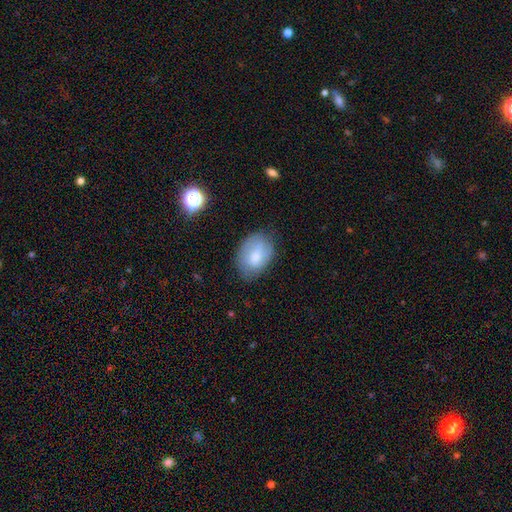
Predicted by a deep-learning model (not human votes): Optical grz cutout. It shows a smooth galaxy with no disk features (68%) that is in between round and cigar-shaped (79%). Merging: none (67%).